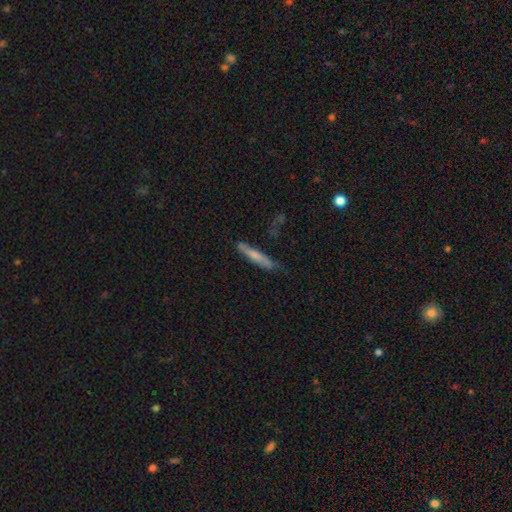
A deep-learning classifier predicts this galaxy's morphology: Smooth or featured? smooth (60%)
How rounded? cigar-shaped (92%)
Merging? none (73%)